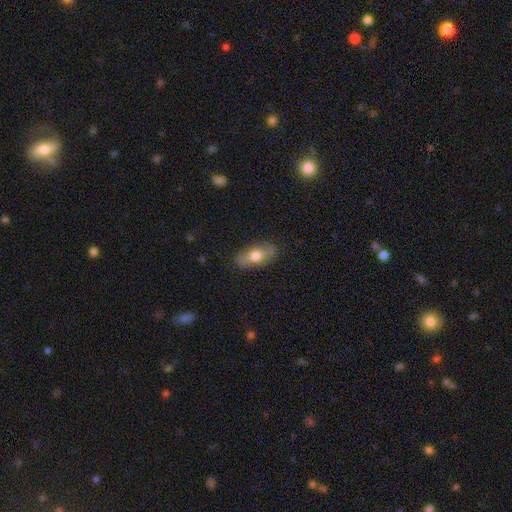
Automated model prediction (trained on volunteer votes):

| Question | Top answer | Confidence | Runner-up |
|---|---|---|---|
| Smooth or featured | smooth | 66% | featured or disk (28%) |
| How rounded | in between | 76% | cigar-shaped (19%) |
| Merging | none | 86% | minor disturbance (11%) |